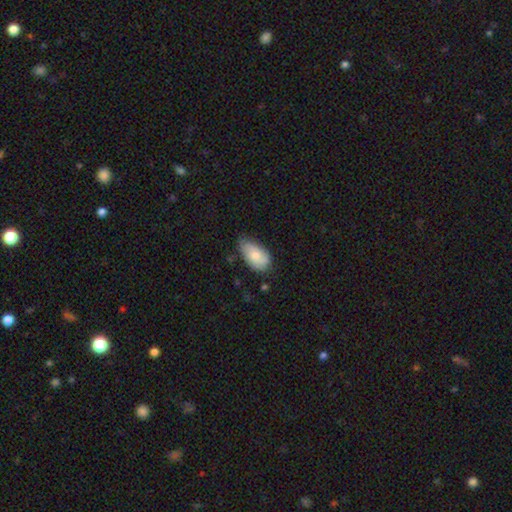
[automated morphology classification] A smooth galaxy with no disk features (76%) that is in between round and cigar-shaped (93%).

Vote fractions:
- Smooth or featured? smooth: 76% / featured or disk: 18% / star or artifact: 6%
- How rounded? in between: 93% / round: 4% / cigar-shaped: 2%
- Merging? none: 55% / minor disturbance: 36% / major disturbance: 6% / merger: 2%